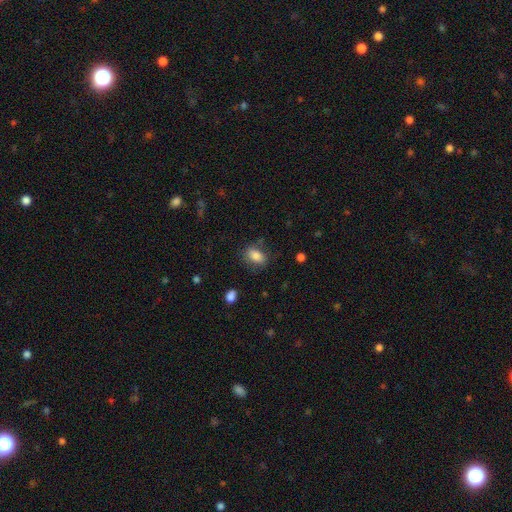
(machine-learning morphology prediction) A smooth galaxy with no disk features (83%) that is in between round and cigar-shaped (85%).

Vote fractions:
- Smooth or featured? smooth: 83% / featured or disk: 9% / star or artifact: 9%
- How rounded? in between: 85% / round: 13% / cigar-shaped: 3%
- Merging? none: 75% / minor disturbance: 17% / major disturbance: 5% / merger: 2%